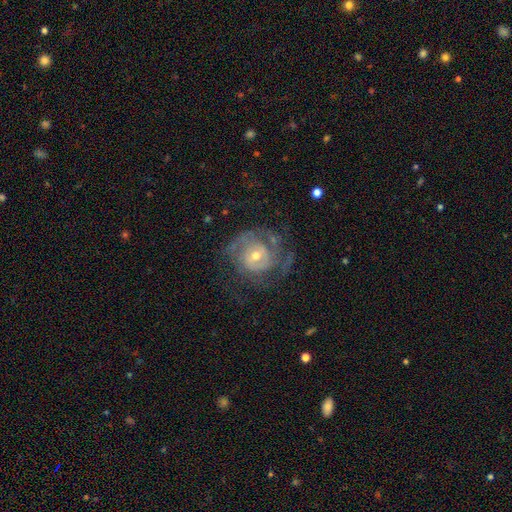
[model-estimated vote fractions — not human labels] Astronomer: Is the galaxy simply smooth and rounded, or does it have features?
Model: featured or disk — 80%.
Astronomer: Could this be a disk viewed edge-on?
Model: no — 97%.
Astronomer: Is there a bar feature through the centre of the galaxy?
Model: no — 63%.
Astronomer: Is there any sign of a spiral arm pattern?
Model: yes — 85%.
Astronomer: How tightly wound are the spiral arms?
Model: tight — 53% (runner-up: medium, 34%).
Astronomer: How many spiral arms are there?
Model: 2 — 38% (runner-up: can't tell, 33%).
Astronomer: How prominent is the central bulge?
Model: moderate — 51% (runner-up: small, 44%).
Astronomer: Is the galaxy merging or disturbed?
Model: none — 57%.